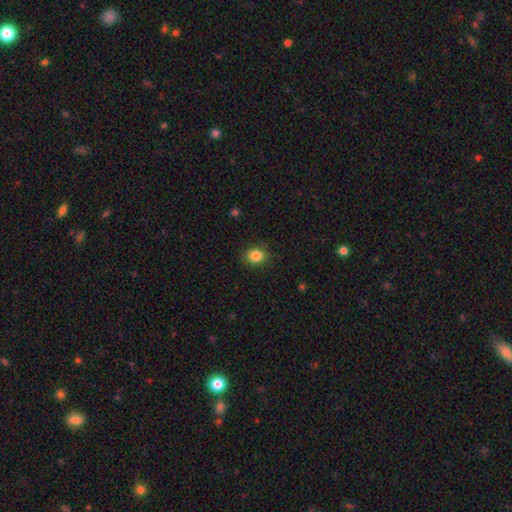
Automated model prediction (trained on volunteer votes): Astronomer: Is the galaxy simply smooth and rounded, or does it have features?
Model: smooth — 85%.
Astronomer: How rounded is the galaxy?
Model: round — 58% (runner-up: in between, 41%).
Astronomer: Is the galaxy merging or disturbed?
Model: none — 87%.